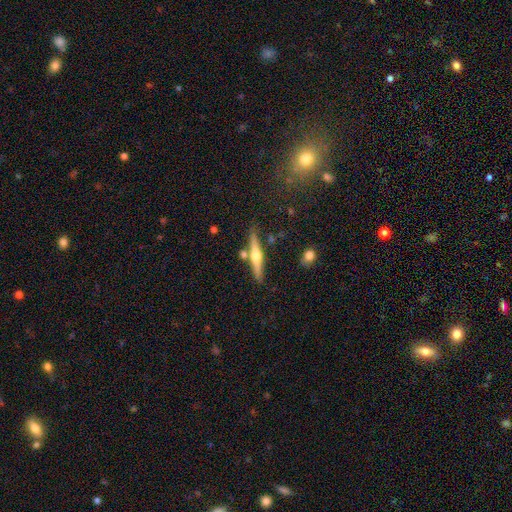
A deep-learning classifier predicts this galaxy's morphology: Smooth or featured?
  - featured or disk: 68% *
  - smooth: 26%
  - star or artifact: 6%
Edge-on disk?
  - yes: 97% *
  - no: 3%
Edge-on bulge?
  - rounded: 93% *
  - none: 3%
  - boxy: 3%
Merging?
  - none: 79% *
  - minor disturbance: 10%
  - merger: 9%
  - major disturbance: 2%